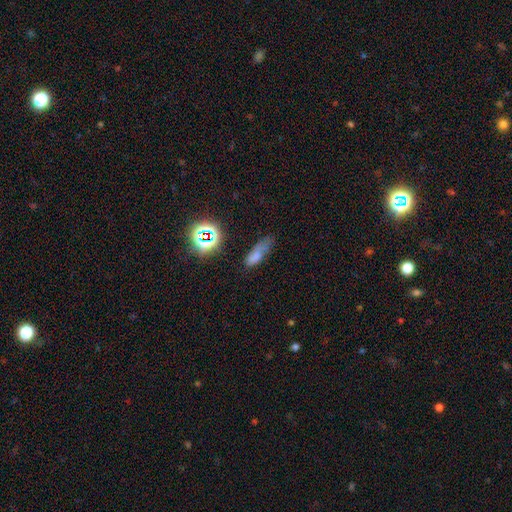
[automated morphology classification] Smooth or featured? smooth (53%)
How rounded? in between (49%)
Merging? none (49%)